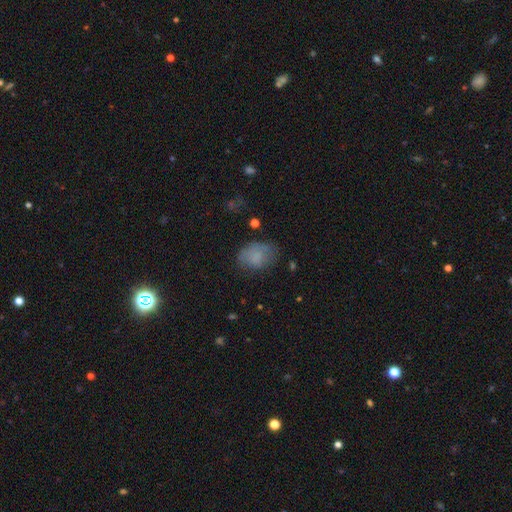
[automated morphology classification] smooth 76%, featured or disk 14%, star or artifact 11%. Down the decision tree: how rounded — in between (69%); merging — none (60%).